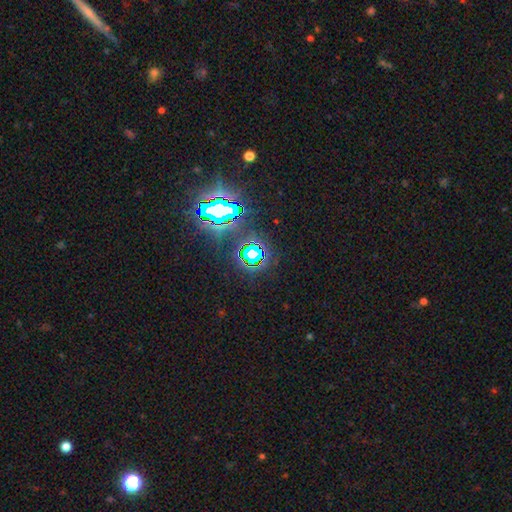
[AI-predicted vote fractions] This is likely a star or artifact rather than a galaxy (76%).